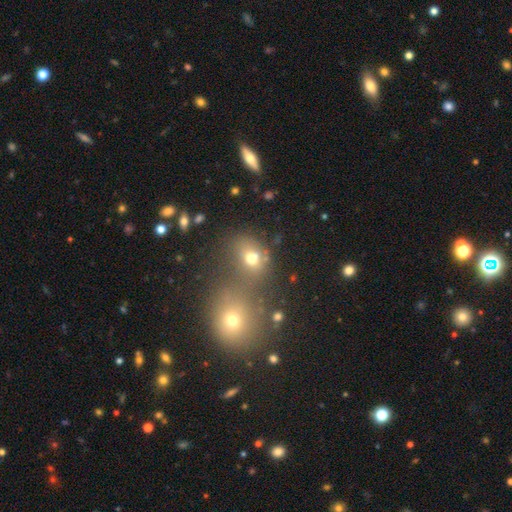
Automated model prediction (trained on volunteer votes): This appears to be a smooth galaxy with no disk features (65%) that is round (58%). Merging: merger (44%).